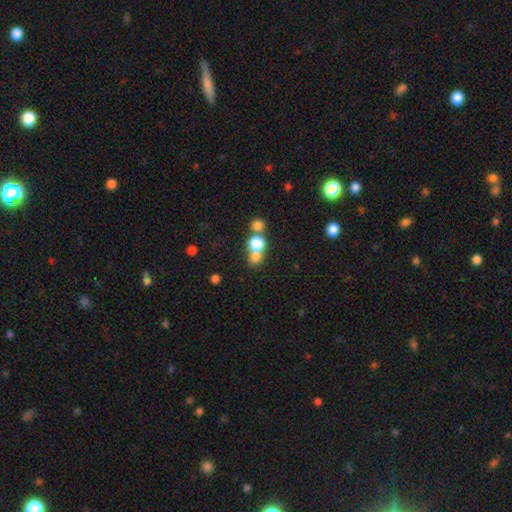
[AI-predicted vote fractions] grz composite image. It shows a smooth galaxy with no disk features (74%) that is round (77%). Merging: merger (53%).